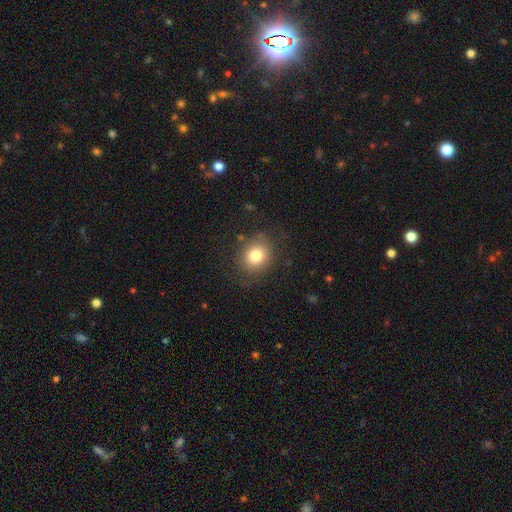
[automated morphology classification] smooth 79%, star or artifact 11%, featured or disk 10%. Down the decision tree: how rounded — round (67%); merging — none (81%).